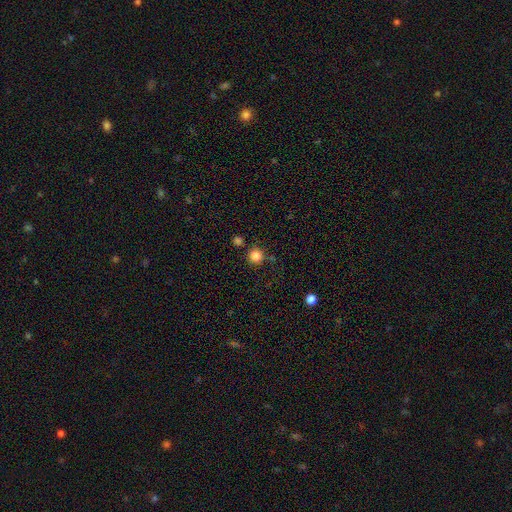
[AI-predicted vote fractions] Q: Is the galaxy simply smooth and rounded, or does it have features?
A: smooth — 84%.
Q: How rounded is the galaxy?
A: round — 95%.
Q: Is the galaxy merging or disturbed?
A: none — 84%.